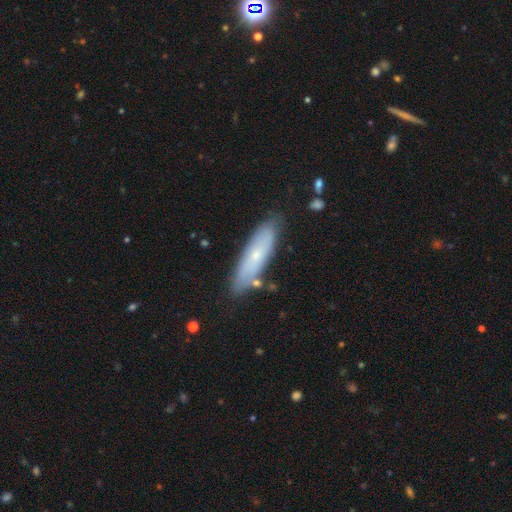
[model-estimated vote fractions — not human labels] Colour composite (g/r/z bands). It shows a smooth galaxy with no disk features (54%) that is cigar-shaped (61%). Merging: none (79%).